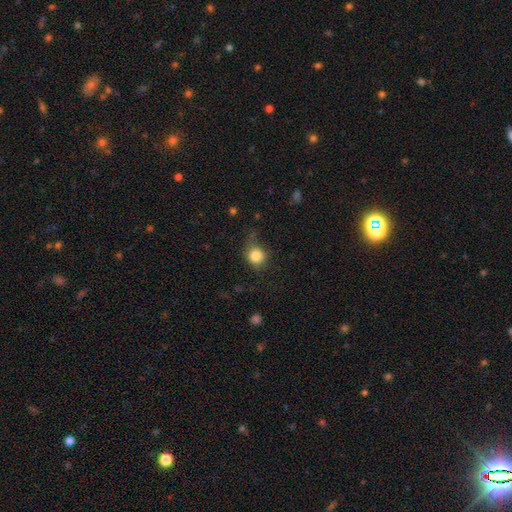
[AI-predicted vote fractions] smooth 82%, star or artifact 11%, featured or disk 7%. Down the decision tree: how rounded — round (83%); merging — none (61%).